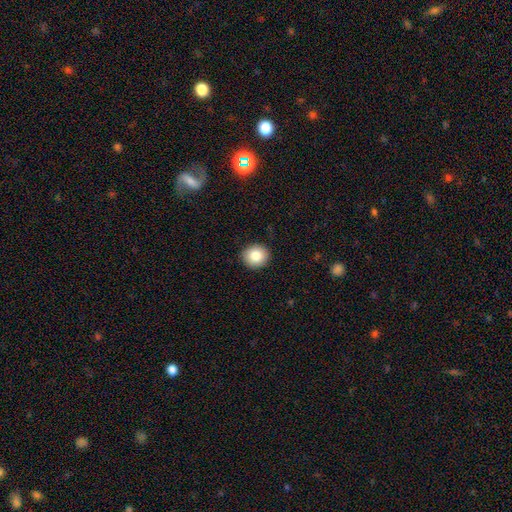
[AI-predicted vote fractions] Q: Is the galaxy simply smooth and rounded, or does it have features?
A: smooth — 84%.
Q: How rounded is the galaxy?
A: round — 87%.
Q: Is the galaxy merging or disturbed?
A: none — 91%.